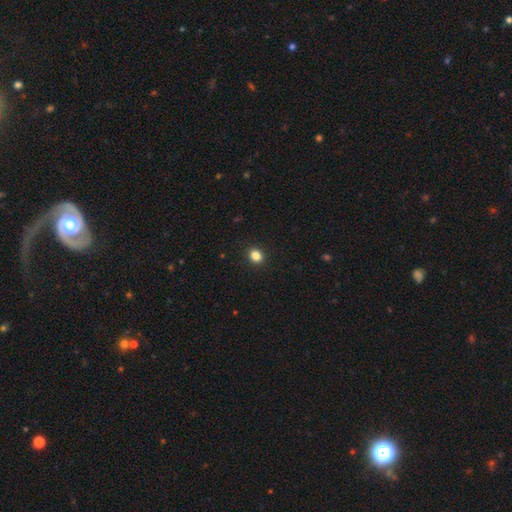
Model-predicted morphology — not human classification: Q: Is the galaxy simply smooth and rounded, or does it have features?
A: smooth — 85%.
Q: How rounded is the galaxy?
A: round — 69%.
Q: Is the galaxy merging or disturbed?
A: none — 91%.